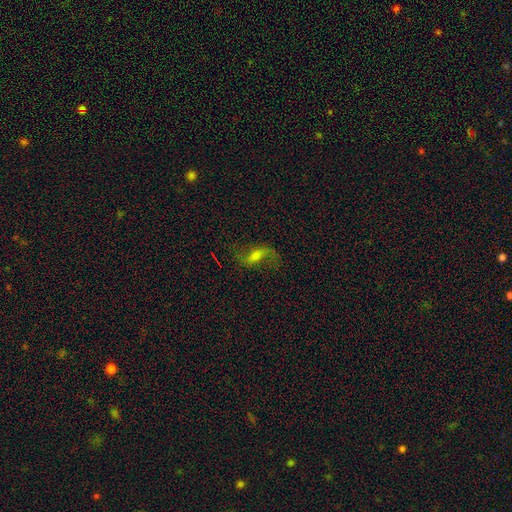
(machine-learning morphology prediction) Smooth or featured?
  - featured or disk: 64% *
  - smooth: 24%
  - star or artifact: 12%
Edge-on disk?
  - no: 91% *
  - yes: 9%
Bar?
  - weak: 45% *
  - no: 28%
  - strong: 28%
Spiral arms?
  - yes: 86% *
  - no: 14%
Spiral winding?
  - loose: 82% *
  - medium: 14%
  - tight: 4%
Spiral arm count?
  - 2: 89% *
  - 1: 6%
  - can't tell: 3%
  - 3: 1%
  - 4: 1%
  - more than 4: 1%
Bulge size?
  - moderate: 47% *
  - small: 27%
  - large: 14%
  - none: 9%
  - dominant: 2%
Merging?
  - none: 69% *
  - minor disturbance: 16%
  - major disturbance: 13%
  - merger: 2%